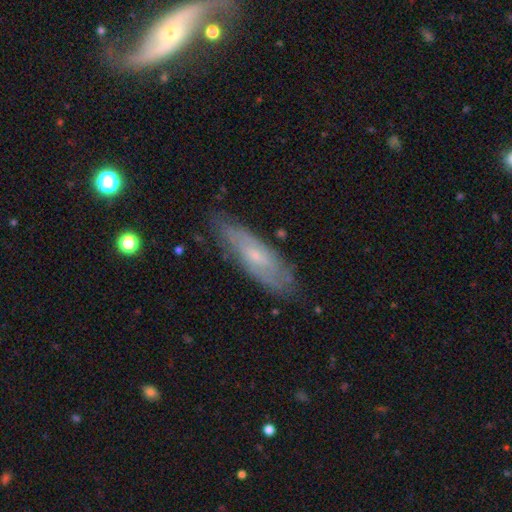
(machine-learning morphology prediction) A featured or disk galaxy (62%). Merging: none (77%).